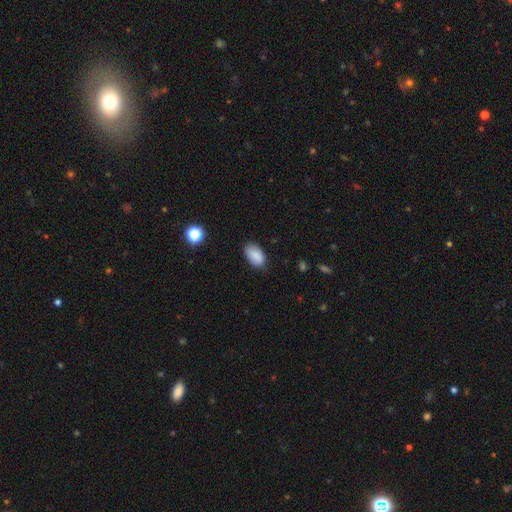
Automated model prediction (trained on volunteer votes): This is clearly a smooth galaxy (87%). How rounded: clearly in between (92%). Merging: likely none (80%).